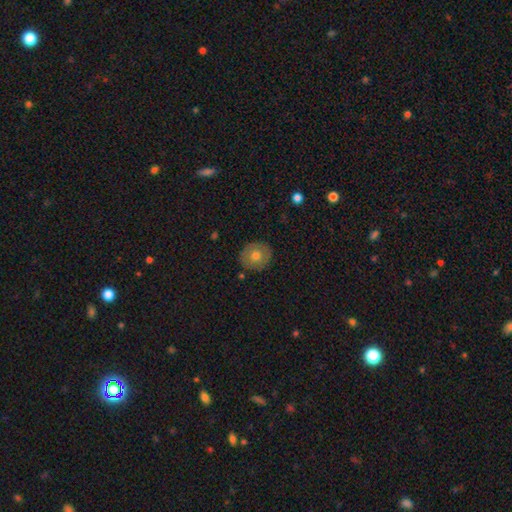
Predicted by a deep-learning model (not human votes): The model was most divided on "smooth or featured": smooth: 62%, featured or disk: 30%, star or artifact: 8%. More confident: merging — none (87%); how rounded — round (83%).